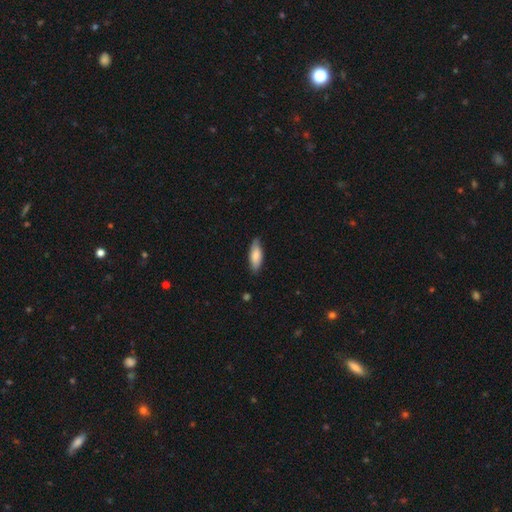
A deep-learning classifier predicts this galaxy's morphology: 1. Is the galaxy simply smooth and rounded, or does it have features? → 78% smooth, 16% featured or disk, 6% star or artifact.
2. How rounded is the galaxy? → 73% in between, 25% cigar-shaped, 2% round.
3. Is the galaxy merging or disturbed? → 78% none, 19% minor disturbance, 3% major disturbance, 1% merger.